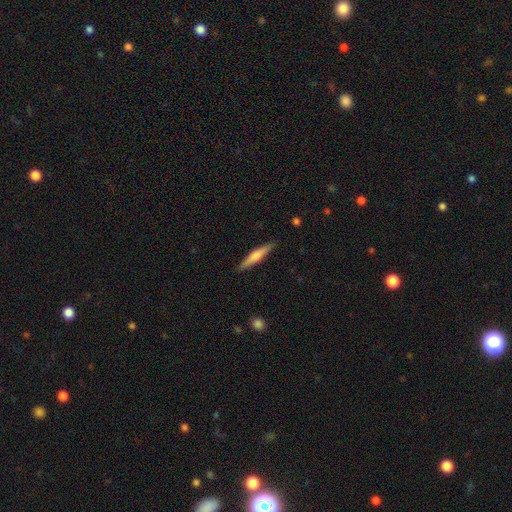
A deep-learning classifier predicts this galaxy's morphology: The model was most divided on "smooth or featured": smooth: 50%, featured or disk: 44%, star or artifact: 6%. More confident: merging — none (89%).